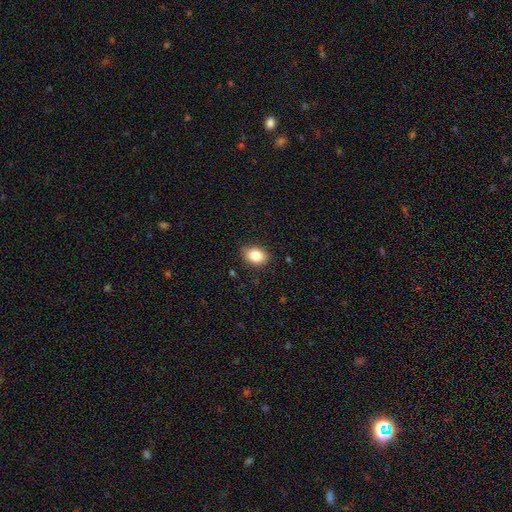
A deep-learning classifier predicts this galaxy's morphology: smooth 85%, star or artifact 8%, featured or disk 7%. Down the decision tree: how rounded — in between (74%); merging — none (80%).